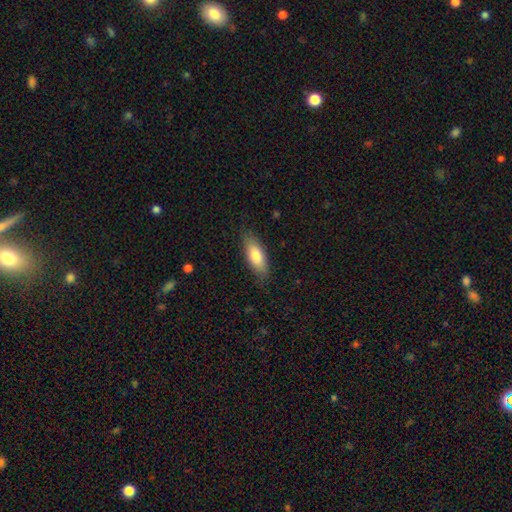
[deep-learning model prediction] Q: Smooth or featured?
A: smooth (78%); runner-up: featured or disk (16%)
Q: How rounded?
A: in between (74%); runner-up: cigar-shaped (24%)
Q: Merging?
A: none (82%); runner-up: minor disturbance (14%)